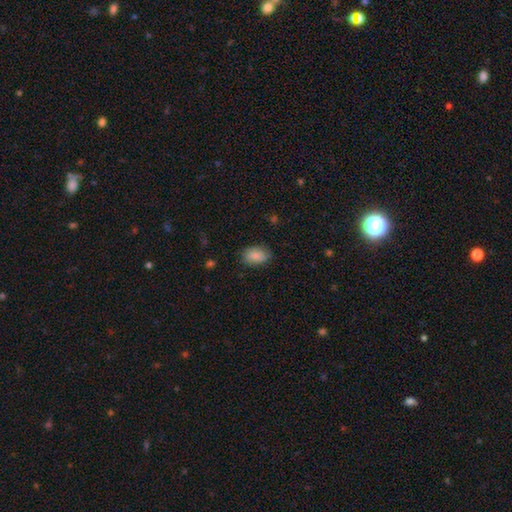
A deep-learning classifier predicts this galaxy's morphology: Smooth or featured? Predicted: smooth (p=0.83). How rounded? Predicted: in between (p=0.87). Merging? Predicted: none (p=0.78).